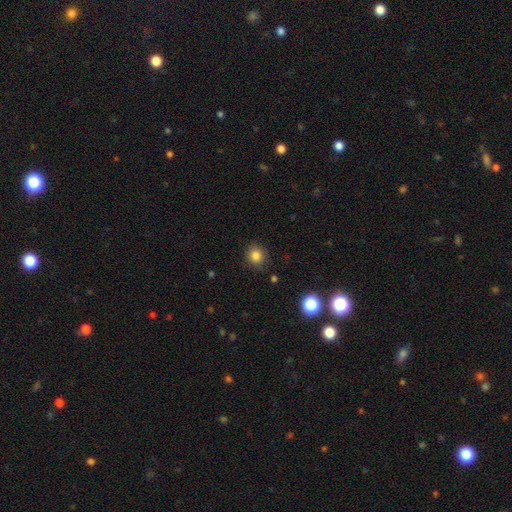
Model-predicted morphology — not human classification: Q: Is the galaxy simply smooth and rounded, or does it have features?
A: smooth — 83%.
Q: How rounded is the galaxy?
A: round — 88%.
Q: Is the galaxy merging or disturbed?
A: none — 88%.